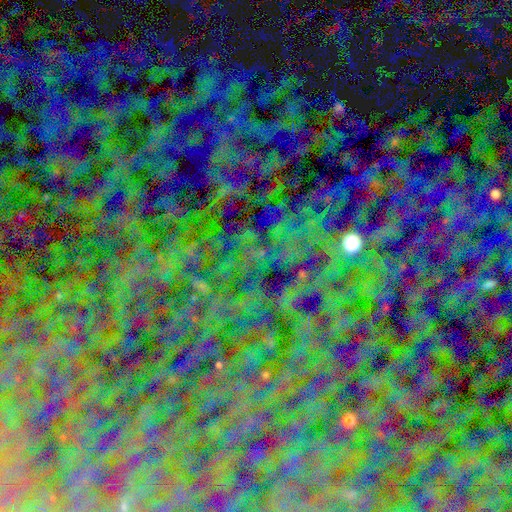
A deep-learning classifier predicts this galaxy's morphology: Smooth or featured: star or artifact — 82% (smooth — 10%)